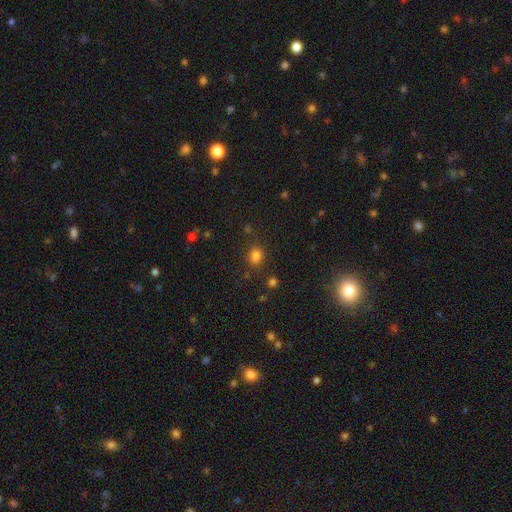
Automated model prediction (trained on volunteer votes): This appears to be a smooth galaxy with no disk features (78%) that is in between round and cigar-shaped (58%). Merging: none (76%).